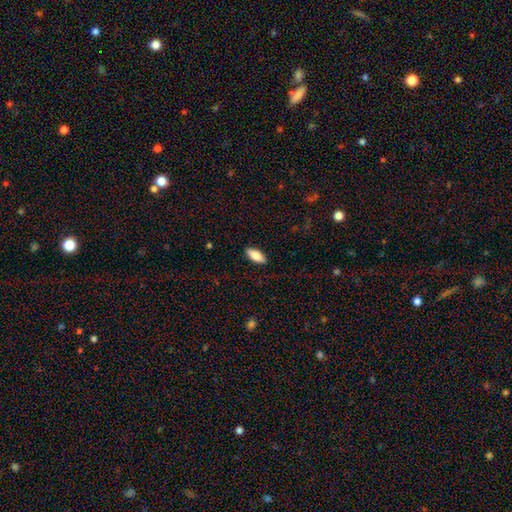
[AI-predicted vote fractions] This is clearly a smooth galaxy (83%). How rounded: likely in between (79%). Merging: clearly none (89%).